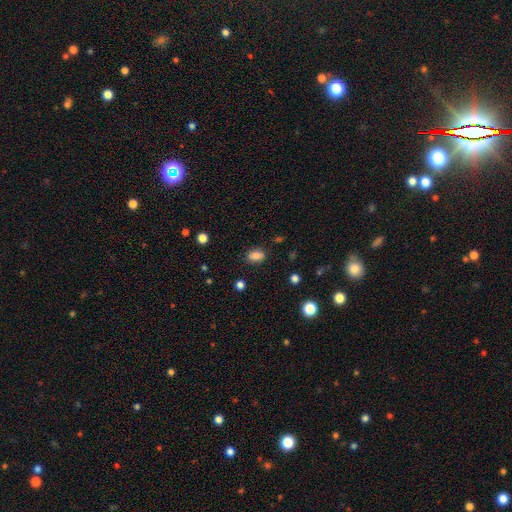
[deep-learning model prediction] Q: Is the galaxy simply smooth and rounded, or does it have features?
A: smooth — 80%.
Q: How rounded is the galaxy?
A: in between — 79%.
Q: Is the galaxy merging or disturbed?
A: none — 83%.